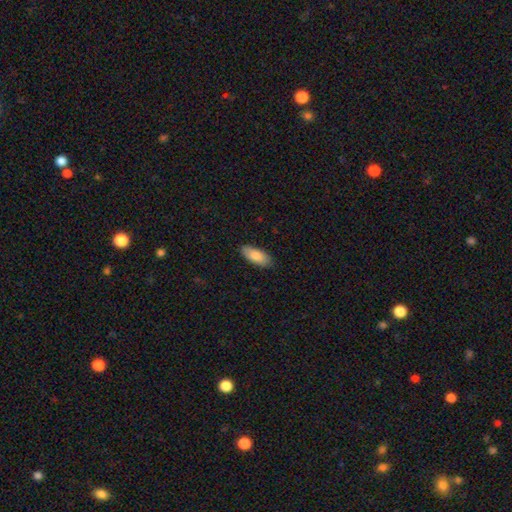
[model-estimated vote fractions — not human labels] smooth-or-featured: smooth: 83% | featured or disk: 12% | star or artifact: 6%
  how-rounded: in between: 86% | cigar-shaped: 12% | round: 2%
  merging: none: 86% | minor disturbance: 11% | major disturbance: 2% | merger: 1%